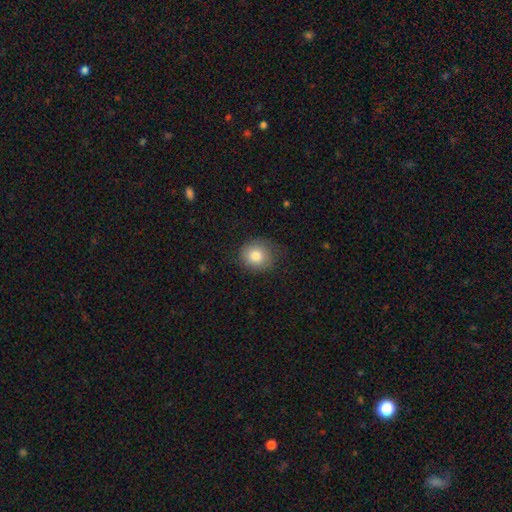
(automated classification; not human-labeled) smooth 83%, featured or disk 9%, star or artifact 8%. Down the decision tree: how rounded — round (79%); merging — none (75%).